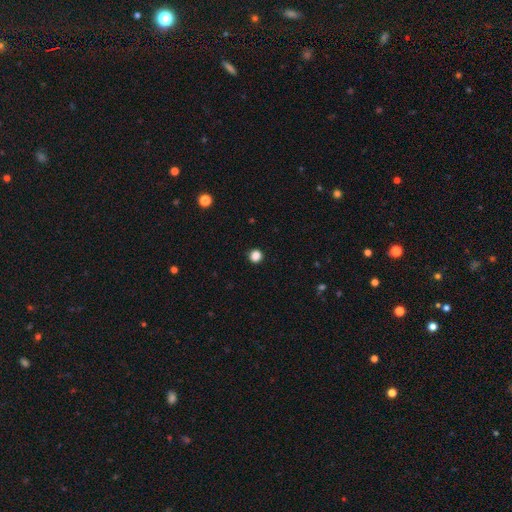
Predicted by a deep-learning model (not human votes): Overall: smooth (85%). How rounded: round (94%). Merging: none (93%).